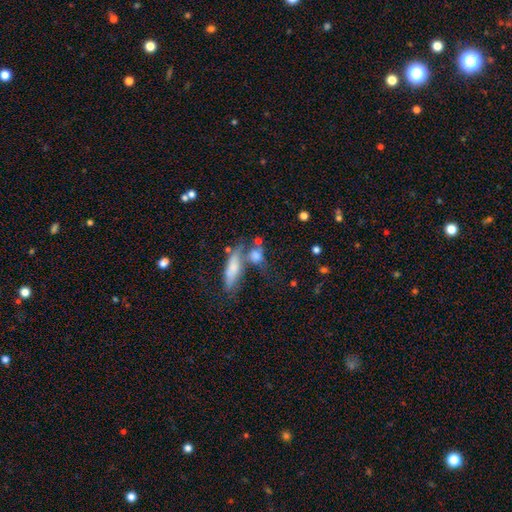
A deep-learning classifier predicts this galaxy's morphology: smooth_or_featured: smooth (p=0.69) [alt: featured or disk p=0.19]
how_rounded: in between (p=0.43) [alt: round p=0.35]
merging: none (p=0.39) [alt: merger p=0.37]